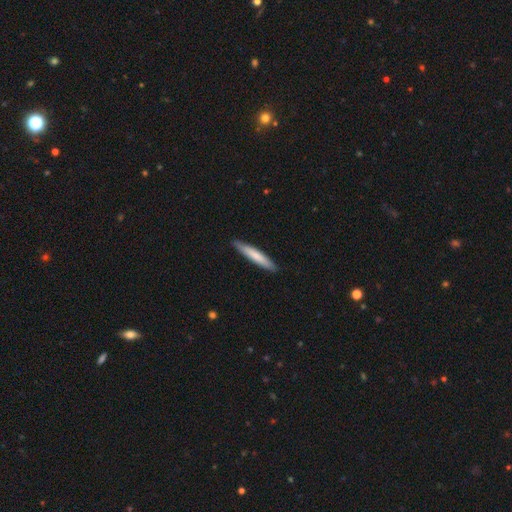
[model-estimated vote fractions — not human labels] Smooth or featured? smooth (74%)
How rounded? cigar-shaped (92%)
Merging? none (89%)